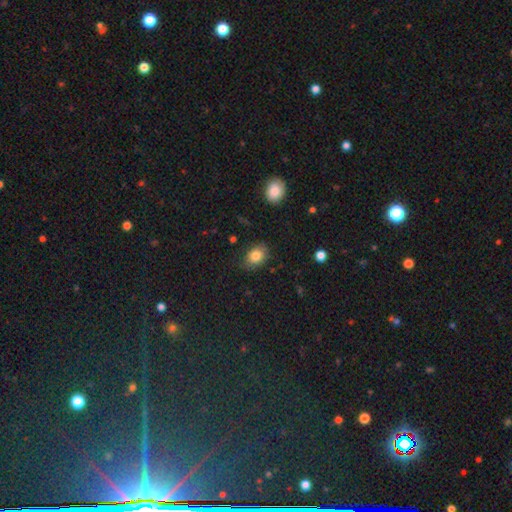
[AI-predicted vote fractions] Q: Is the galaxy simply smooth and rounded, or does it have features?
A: smooth — 83%.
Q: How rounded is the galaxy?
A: in between — 69%.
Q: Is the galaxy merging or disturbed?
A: none — 75%.